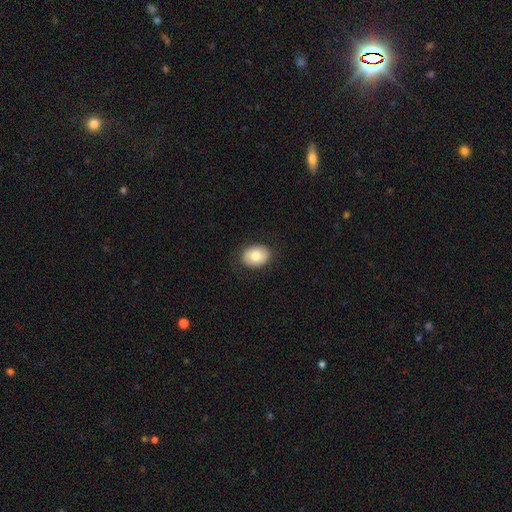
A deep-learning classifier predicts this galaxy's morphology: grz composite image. It shows a smooth galaxy with no disk features (81%) that is in between round and cigar-shaped (66%). Merging: none (85%).